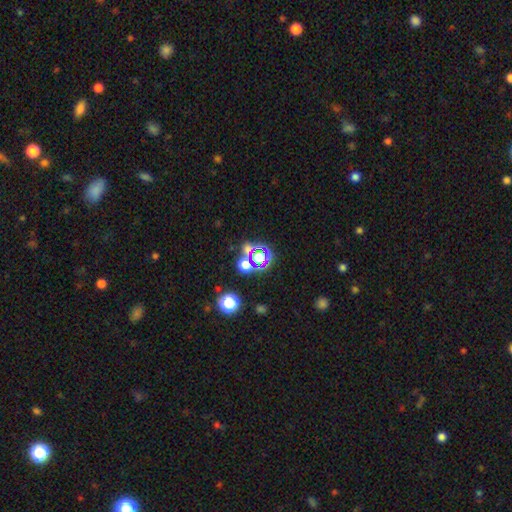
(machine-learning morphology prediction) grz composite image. It shows a star or artifact, not a galaxy (54%).